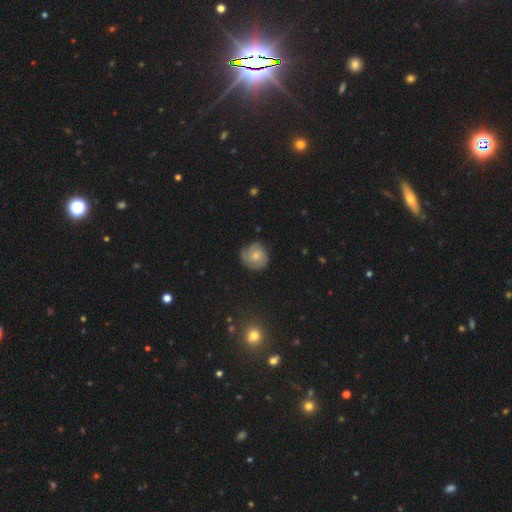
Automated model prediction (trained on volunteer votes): A featured or disk galaxy (53%) with no bar (79%), spiral arms (87%) and a moderate central bulge (50%). Merging: none (73%).